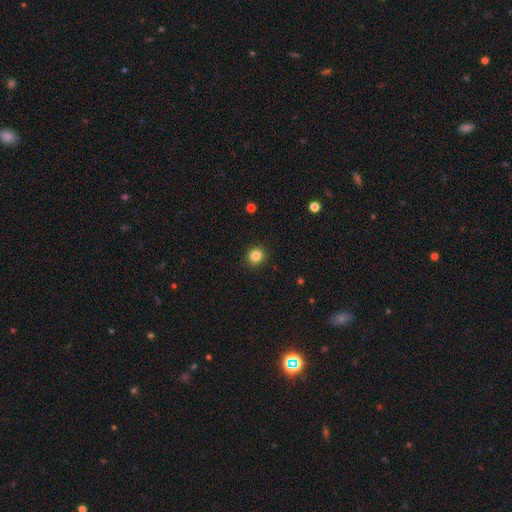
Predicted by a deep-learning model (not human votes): smooth-or-featured: smooth: 84% | star or artifact: 11% | featured or disk: 5%
  how-rounded: round: 88% | in between: 11% | cigar-shaped: 1%
  merging: none: 92% | minor disturbance: 5% | major disturbance: 2% | merger: 1%